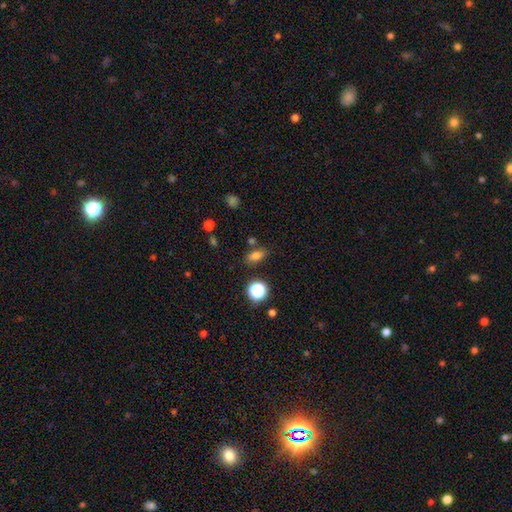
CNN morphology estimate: A smooth galaxy with no disk features (75%) that is in between round and cigar-shaped (76%).

Vote fractions:
- Smooth or featured? smooth: 75% / star or artifact: 16% / featured or disk: 9%
- How rounded? in between: 76% / round: 15% / cigar-shaped: 9%
- Merging? none: 72% / minor disturbance: 14% / merger: 10% / major disturbance: 4%